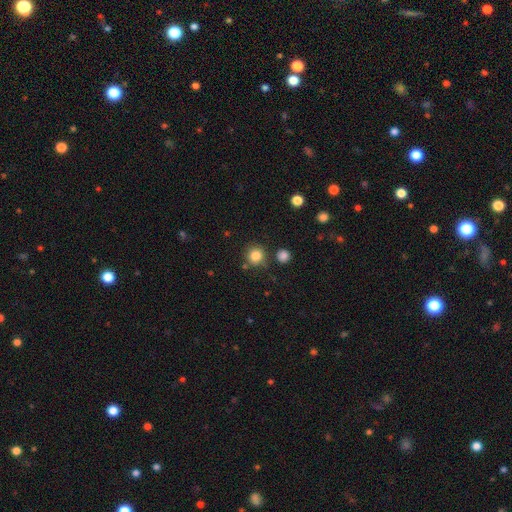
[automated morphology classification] smooth_or_featured: smooth (p=0.84) [alt: star or artifact p=0.12]
how_rounded: round (p=0.92) [alt: in between p=0.07]
merging: none (p=0.80) [alt: minor disturbance p=0.09]